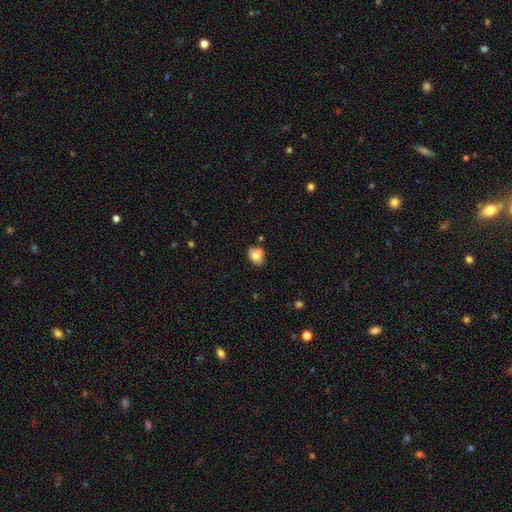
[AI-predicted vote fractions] smooth 77%, featured or disk 14%, star or artifact 9%. Down the decision tree: how rounded — in between (51%); merging — none (73%).